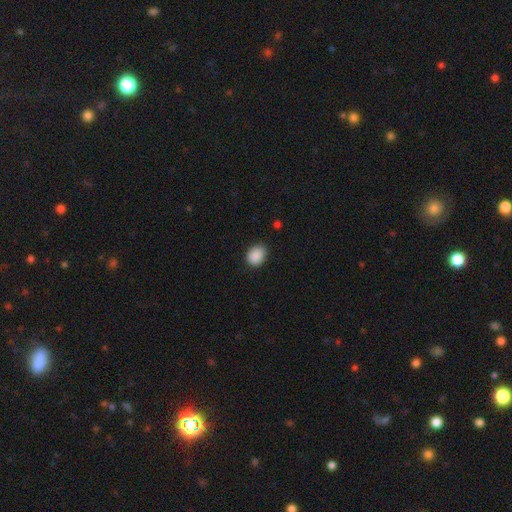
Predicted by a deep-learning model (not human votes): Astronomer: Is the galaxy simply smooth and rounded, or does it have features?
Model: smooth — 89%.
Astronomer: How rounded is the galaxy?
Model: in between — 54% (runner-up: round, 45%).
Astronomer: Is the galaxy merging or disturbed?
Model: none — 83%.